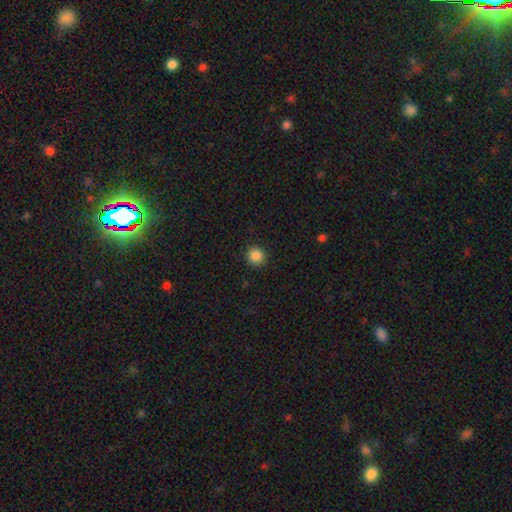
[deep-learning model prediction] smooth_or_featured: smooth (p=0.86) [alt: star or artifact p=0.10]
how_rounded: round (p=0.94) [alt: in between p=0.05]
merging: none (p=0.92) [alt: minor disturbance p=0.05]